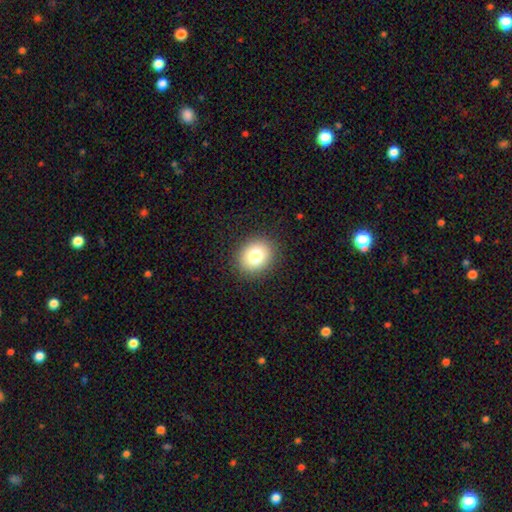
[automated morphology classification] Smooth or featured? smooth (78%)
How rounded? round (64%)
Merging? none (89%)